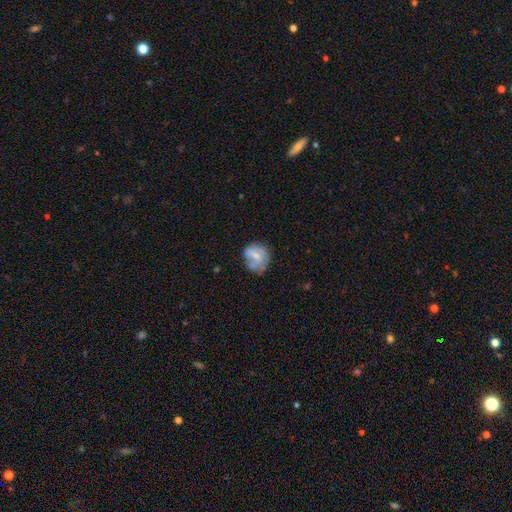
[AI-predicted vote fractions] Q: Smooth or featured?
A: smooth (58%); runner-up: featured or disk (34%)
Q: How rounded?
A: round (71%); runner-up: in between (29%)
Q: Merging?
A: none (50%); runner-up: minor disturbance (29%)